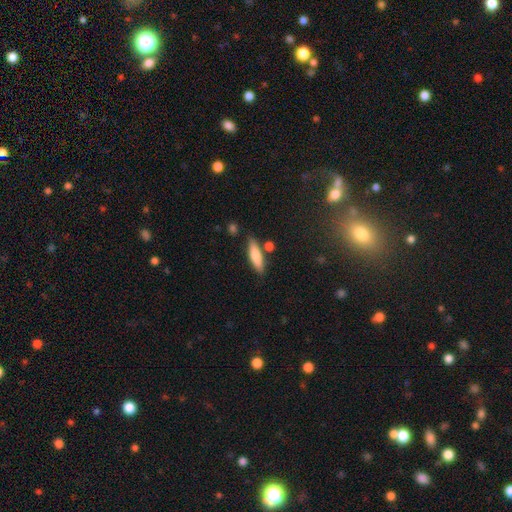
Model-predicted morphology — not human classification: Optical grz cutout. It shows a smooth galaxy with no disk features (77%) that is cigar-shaped (64%). Merging: none (78%).